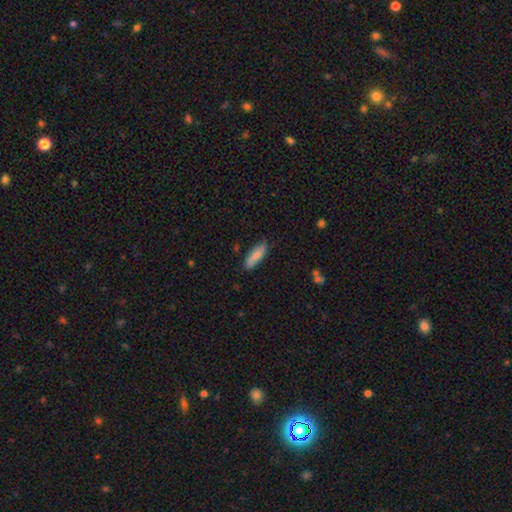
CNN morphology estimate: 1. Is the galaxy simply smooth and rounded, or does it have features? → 79% smooth, 15% featured or disk, 6% star or artifact.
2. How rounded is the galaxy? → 49% in between (tied), 49% cigar-shaped (tied), 2% round.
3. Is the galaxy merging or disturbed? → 75% none, 20% minor disturbance, 3% major disturbance, 2% merger.